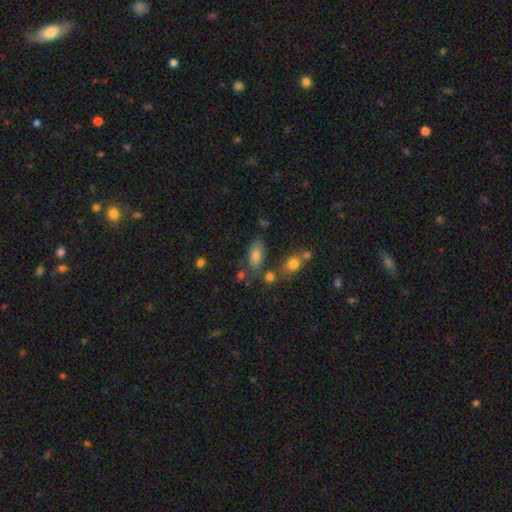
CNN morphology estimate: Q: Smooth or featured?
A: smooth (76%); runner-up: star or artifact (13%)
Q: How rounded?
A: in between (84%); runner-up: cigar-shaped (10%)
Q: Merging?
A: none (61%); runner-up: minor disturbance (18%)